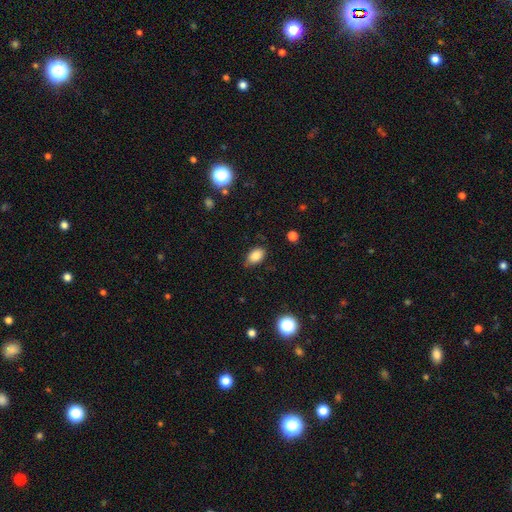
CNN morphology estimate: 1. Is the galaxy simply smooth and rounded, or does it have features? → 85% smooth, 9% star or artifact, 6% featured or disk.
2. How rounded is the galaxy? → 88% in between, 10% round, 2% cigar-shaped.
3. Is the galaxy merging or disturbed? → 75% none, 20% minor disturbance, 4% major disturbance, 1% merger.